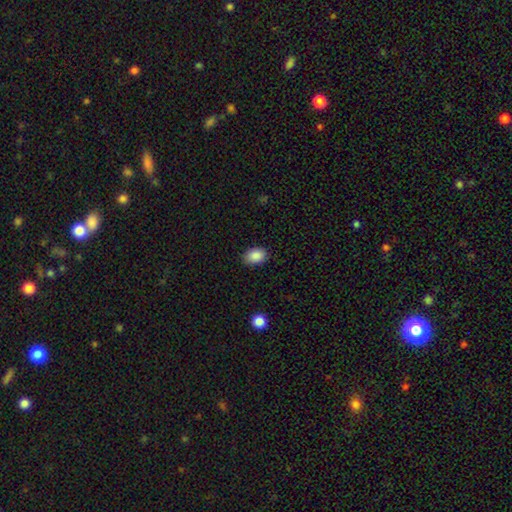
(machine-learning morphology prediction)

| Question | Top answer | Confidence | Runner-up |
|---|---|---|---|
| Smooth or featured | smooth | 88% | star or artifact (8%) |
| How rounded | in between | 81% | round (18%) |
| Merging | none | 87% | minor disturbance (10%) |